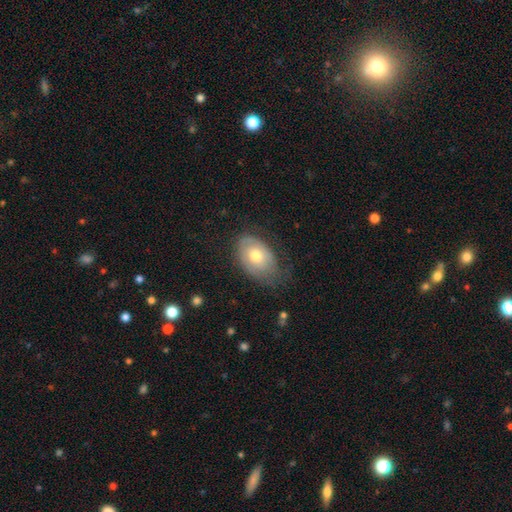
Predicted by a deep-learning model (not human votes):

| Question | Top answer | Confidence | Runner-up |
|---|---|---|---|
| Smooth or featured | smooth | 52% | featured or disk (41%) |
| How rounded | in between | 85% | round (13%) |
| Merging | none | 56% | minor disturbance (30%) |